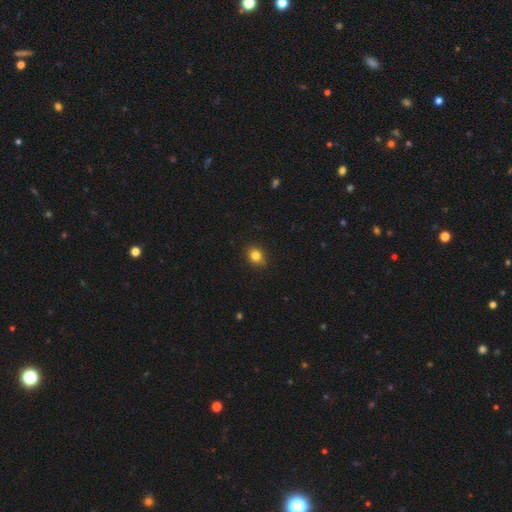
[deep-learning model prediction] The model was most divided on "how rounded": round: 55%, in between: 44%, cigar-shaped: 1%. More confident: merging — none (86%); smooth or featured — smooth (82%).